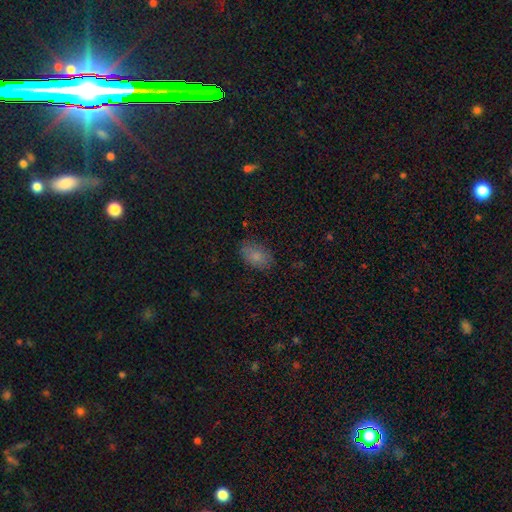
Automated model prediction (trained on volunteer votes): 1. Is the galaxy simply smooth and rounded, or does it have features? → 83% smooth, 9% star or artifact, 8% featured or disk.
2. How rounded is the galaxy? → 89% in between, 9% round, 2% cigar-shaped.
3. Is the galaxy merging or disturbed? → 81% none, 14% minor disturbance, 4% major disturbance, 1% merger.